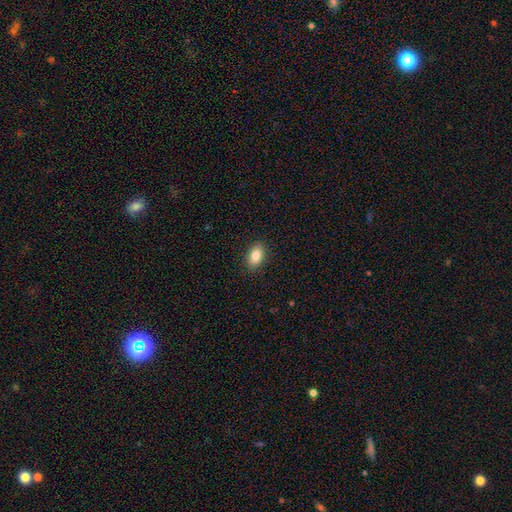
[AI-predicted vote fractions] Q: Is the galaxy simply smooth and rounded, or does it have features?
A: smooth — 85%.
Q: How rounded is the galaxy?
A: in between — 90%.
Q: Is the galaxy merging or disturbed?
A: none — 89%.